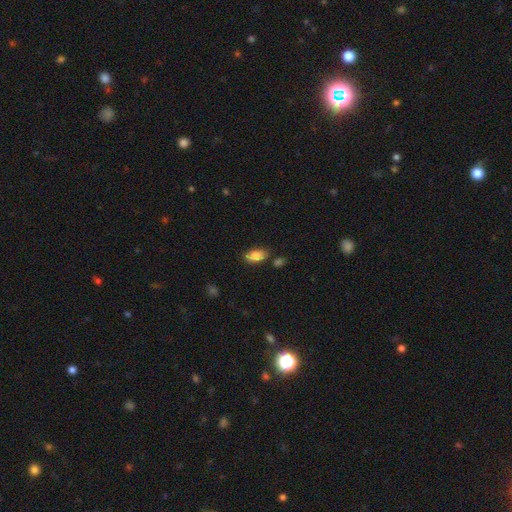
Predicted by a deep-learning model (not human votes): A smooth galaxy with no disk features (84%) that is in between round and cigar-shaped (91%). Merging: none (75%).